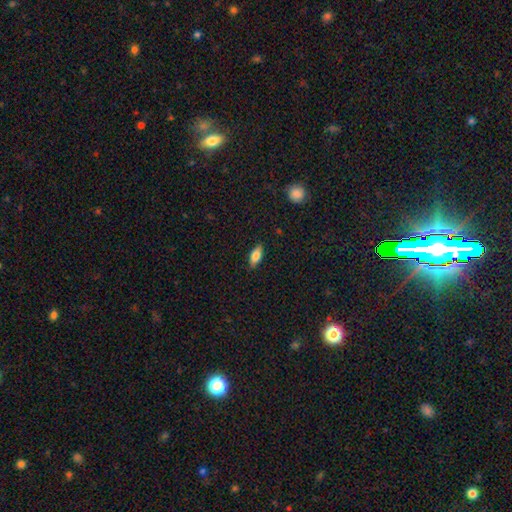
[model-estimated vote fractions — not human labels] smooth-or-featured: smooth: 78% | featured or disk: 15% | star or artifact: 7%
  how-rounded: in between: 82% | cigar-shaped: 15% | round: 3%
  merging: none: 87% | minor disturbance: 10% | major disturbance: 2% | merger: 1%